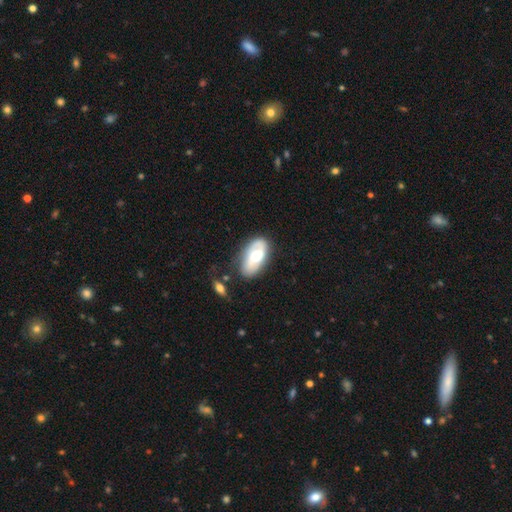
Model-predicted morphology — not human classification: smooth-or-featured: featured or disk: 52% | smooth: 43% | star or artifact: 6%
  disk-edge-on: no: 90% | yes: 10%
  merging: none: 64% | minor disturbance: 22% | major disturbance: 8% | merger: 5%